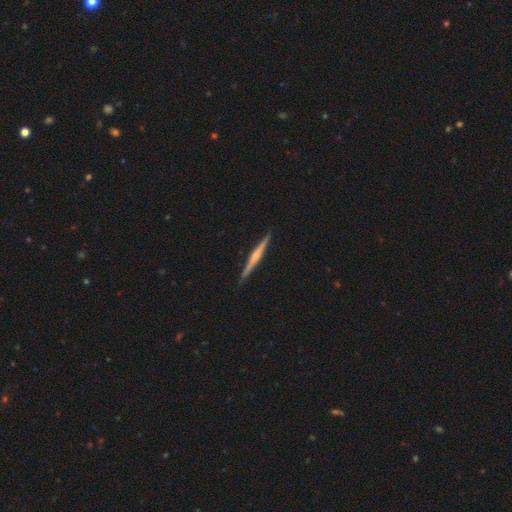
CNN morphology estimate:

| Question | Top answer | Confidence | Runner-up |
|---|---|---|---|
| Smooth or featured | featured or disk | 68% | smooth (27%) |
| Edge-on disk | yes | 98% | no (2%) |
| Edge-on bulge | rounded | 56% | none (31%) |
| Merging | none | 91% | minor disturbance (7%) |